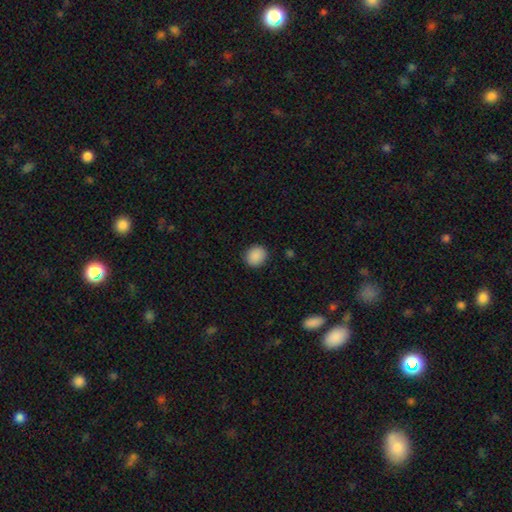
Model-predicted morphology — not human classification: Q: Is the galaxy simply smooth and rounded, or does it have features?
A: smooth — 89%.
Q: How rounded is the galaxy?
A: round — 77%.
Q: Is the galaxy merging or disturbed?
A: none — 89%.